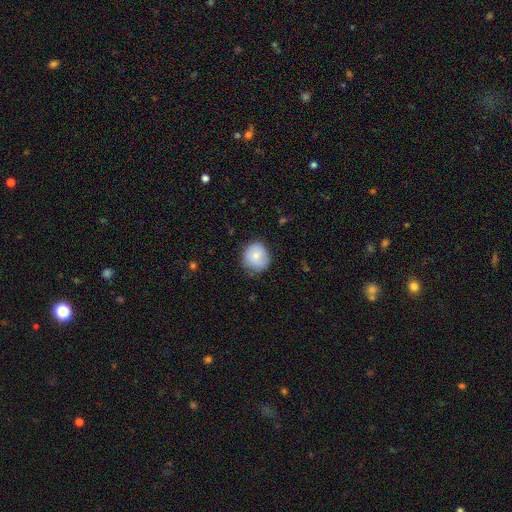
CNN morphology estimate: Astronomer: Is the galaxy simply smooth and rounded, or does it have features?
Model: smooth — 79%.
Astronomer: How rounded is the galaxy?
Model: round — 84%.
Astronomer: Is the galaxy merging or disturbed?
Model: none — 71%.